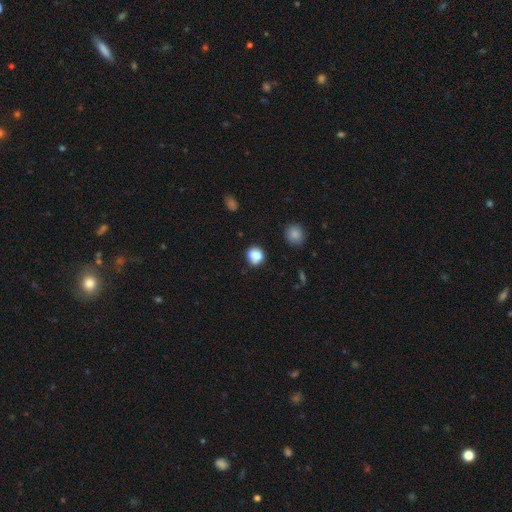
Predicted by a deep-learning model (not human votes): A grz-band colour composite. It shows a smooth galaxy with no disk features (81%) that is round (72%). Merging: none (68%).